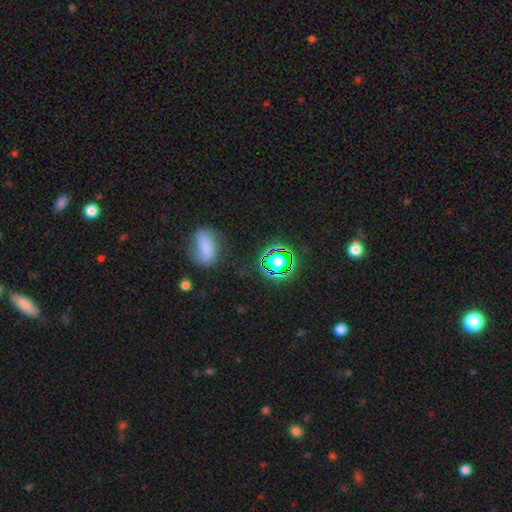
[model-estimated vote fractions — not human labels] Morphology: type=star or artifact (42%).